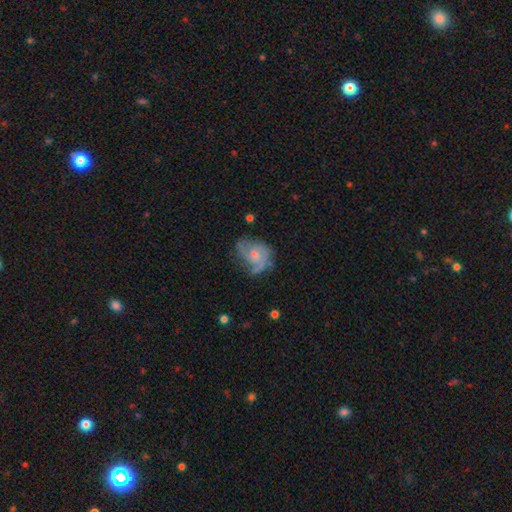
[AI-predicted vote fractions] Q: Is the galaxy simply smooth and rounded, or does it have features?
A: featured or disk — 69%.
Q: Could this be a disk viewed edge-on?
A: no — 98%.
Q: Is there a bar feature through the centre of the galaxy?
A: no — 70%.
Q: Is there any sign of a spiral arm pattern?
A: yes — 85%.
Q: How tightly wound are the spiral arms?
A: medium — 42%.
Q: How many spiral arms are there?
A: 2 — 40%.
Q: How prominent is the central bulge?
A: small — 55%.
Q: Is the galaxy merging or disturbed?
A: none — 45%.